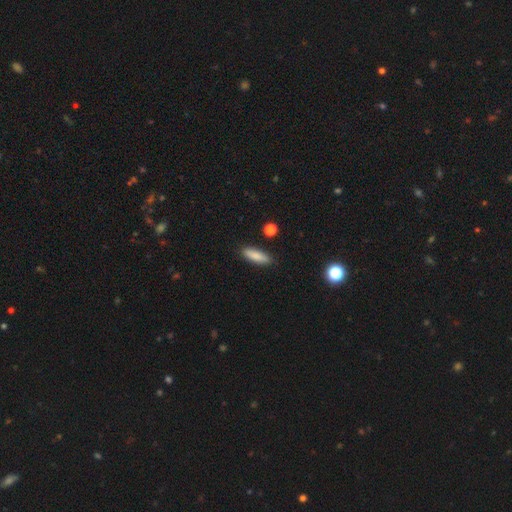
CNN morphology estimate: smooth-or-featured: smooth: 85% | featured or disk: 8% | star or artifact: 7%
  how-rounded: cigar-shaped: 56% | in between: 42% | round: 2%
  merging: none: 87% | minor disturbance: 9% | major disturbance: 2% | merger: 2%